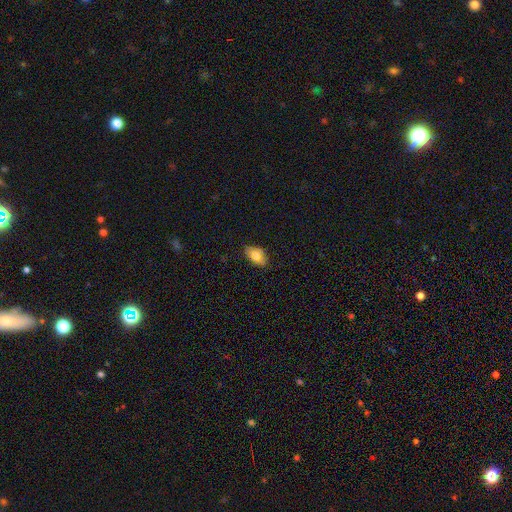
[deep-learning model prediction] This is likely a smooth galaxy (77%). How rounded: clearly in between (89%). Merging: likely none (76%).